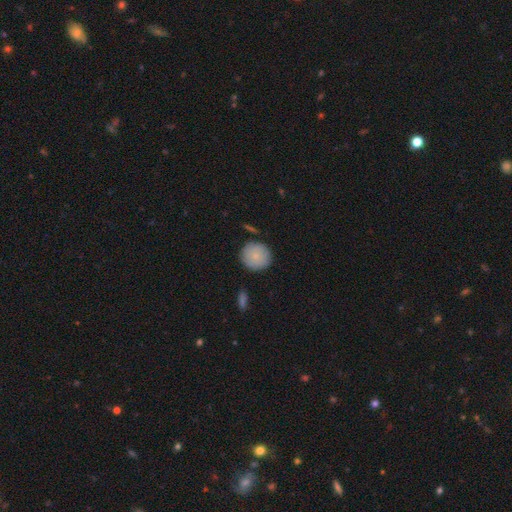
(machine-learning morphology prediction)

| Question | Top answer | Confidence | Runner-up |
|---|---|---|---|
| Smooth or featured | smooth | 84% | featured or disk (9%) |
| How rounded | round | 94% | in between (5%) |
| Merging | none | 85% | minor disturbance (10%) |